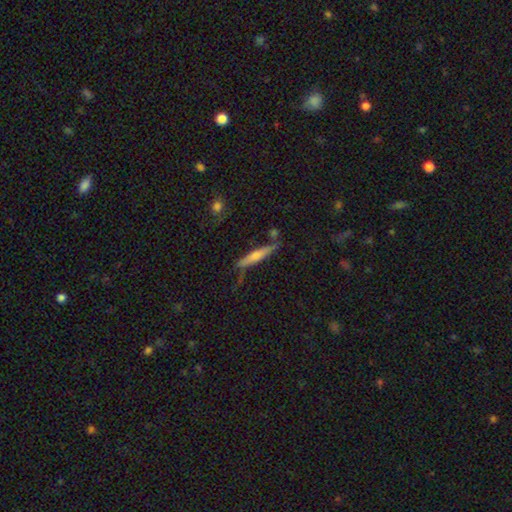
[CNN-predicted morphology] Q: Smooth or featured?
A: featured or disk (59%); runner-up: smooth (34%)
Q: Edge-on disk?
A: yes (96%); runner-up: no (4%)
Q: Edge-on bulge?
A: rounded (76%); runner-up: none (16%)
Q: Merging?
A: none (77%); runner-up: minor disturbance (14%)